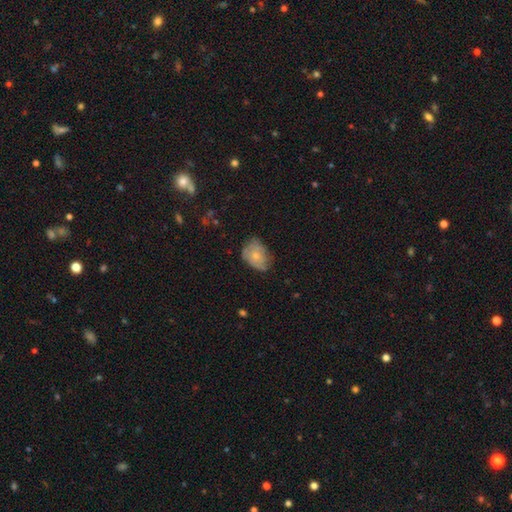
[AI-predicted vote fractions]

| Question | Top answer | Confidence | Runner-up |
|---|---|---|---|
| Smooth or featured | smooth | 60% | featured or disk (33%) |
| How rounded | in between | 67% | round (32%) |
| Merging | none | 53% | minor disturbance (34%) |